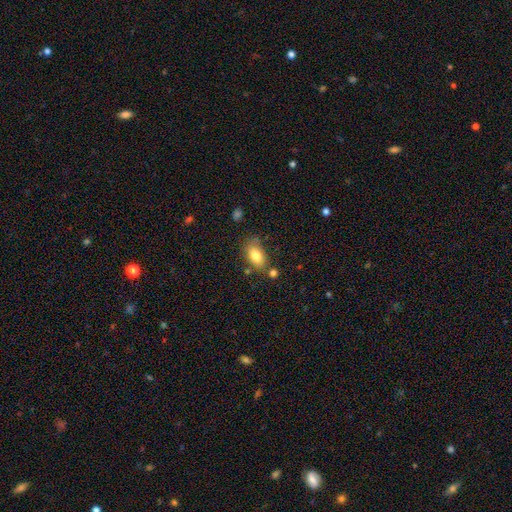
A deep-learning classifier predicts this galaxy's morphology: Smooth or featured: smooth — 82% (featured or disk — 11%)
How rounded: in between — 90% (round — 6%)
Merging: none — 69% (minor disturbance — 17%)